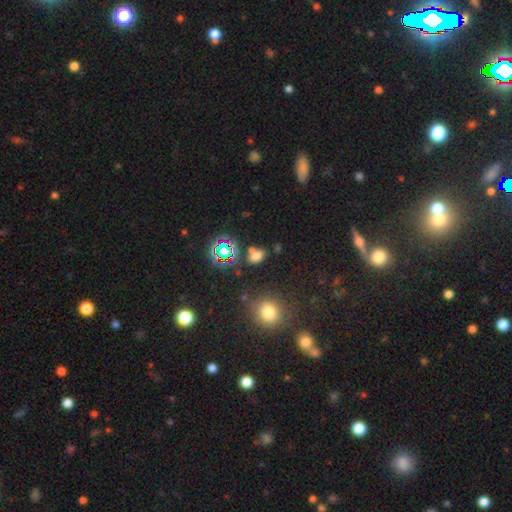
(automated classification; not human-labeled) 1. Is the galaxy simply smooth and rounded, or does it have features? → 61% smooth, 30% star or artifact, 9% featured or disk.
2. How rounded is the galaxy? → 75% in between, 23% round, 2% cigar-shaped.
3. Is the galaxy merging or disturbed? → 65% none, 16% merger, 13% minor disturbance, 5% major disturbance.